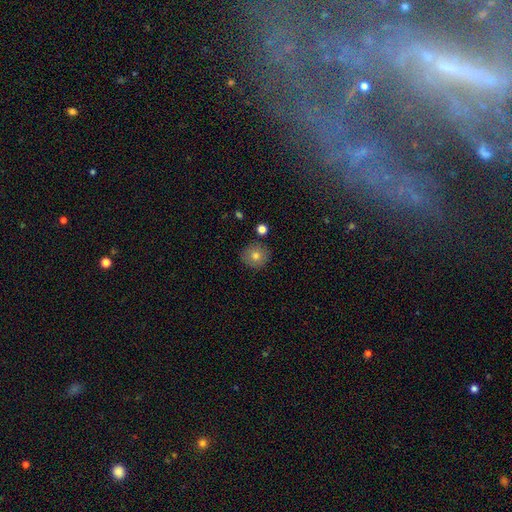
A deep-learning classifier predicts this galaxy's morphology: The model was most divided on "smooth or featured": smooth: 78%, featured or disk: 13%, star or artifact: 9%. More confident: how rounded — round (89%); merging — none (85%).